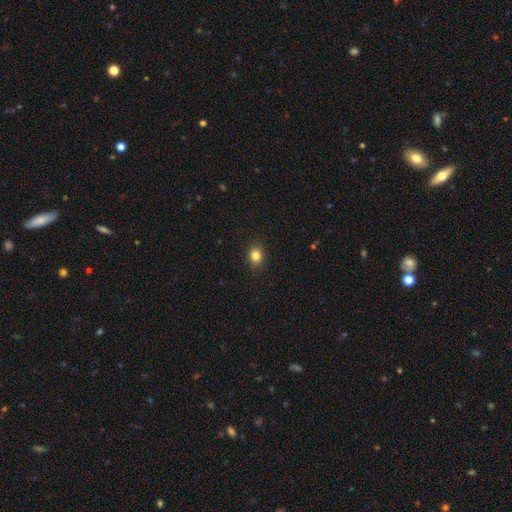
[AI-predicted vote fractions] Q: Smooth or featured?
A: smooth (83%); runner-up: star or artifact (11%)
Q: How rounded?
A: round (58%); runner-up: in between (41%)
Q: Merging?
A: none (90%); runner-up: minor disturbance (7%)